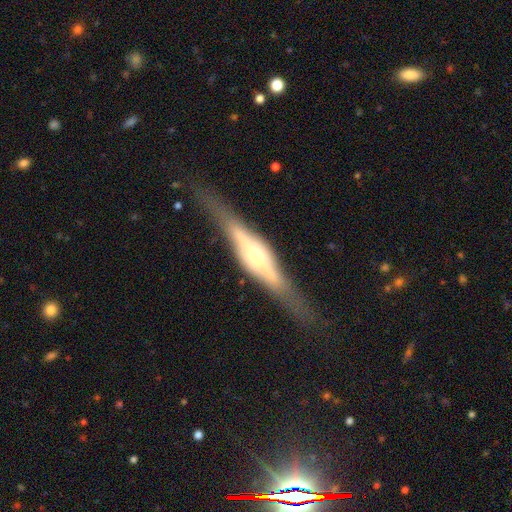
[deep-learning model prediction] Smooth or featured: featured or disk — 76% (smooth — 18%)
Edge-on disk: yes — 94% (no — 6%)
Edge-on bulge: rounded — 77% (boxy — 18%)
Merging: none — 78% (minor disturbance — 14%)